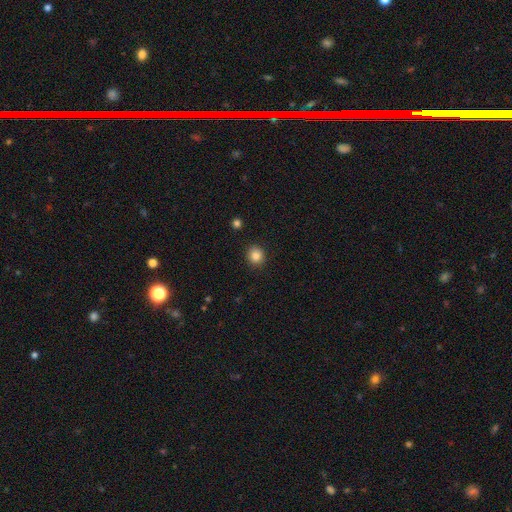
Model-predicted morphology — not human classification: smooth-or-featured: smooth: 85% | star or artifact: 11% | featured or disk: 5%
  how-rounded: round: 87% | in between: 12% | cigar-shaped: 1%
  merging: none: 91% | minor disturbance: 6% | major disturbance: 2% | merger: 1%